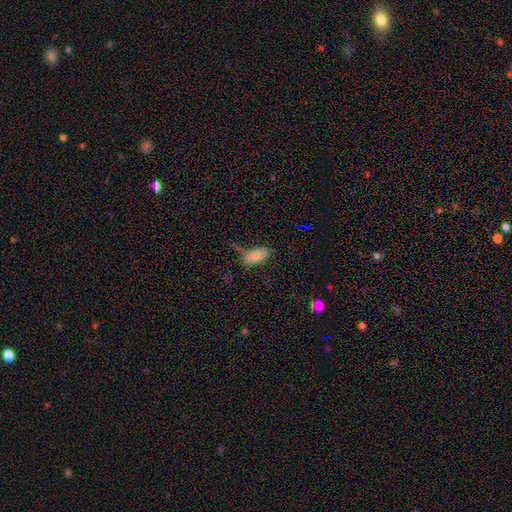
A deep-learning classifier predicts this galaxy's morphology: Smooth or featured?
  - smooth: 76% *
  - featured or disk: 14%
  - star or artifact: 9%
How rounded?
  - in between: 92% *
  - round: 4%
  - cigar-shaped: 4%
Merging?
  - none: 46% *
  - minor disturbance: 27%
  - major disturbance: 17%
  - merger: 10%